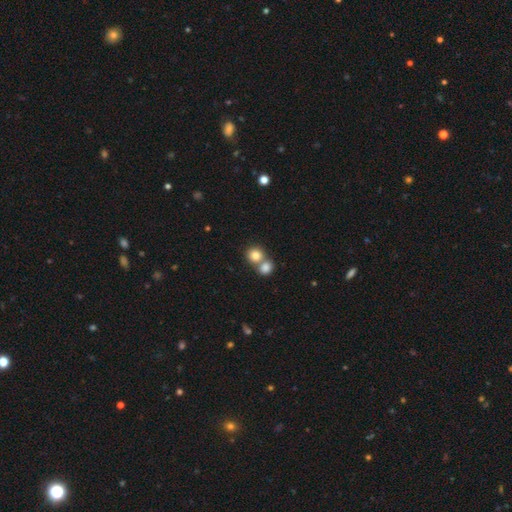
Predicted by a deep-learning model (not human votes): Smooth or featured? smooth (81%)
How rounded? round (83%)
Merging? merger (49%)